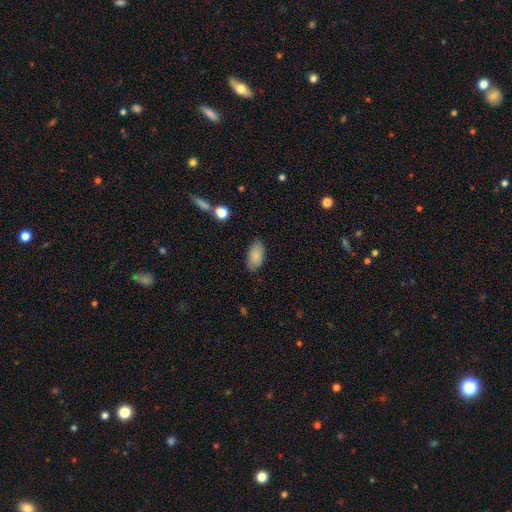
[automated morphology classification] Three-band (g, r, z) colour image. It shows a smooth galaxy with no disk features (86%) that is in between round and cigar-shaped (94%). Merging: none (82%).